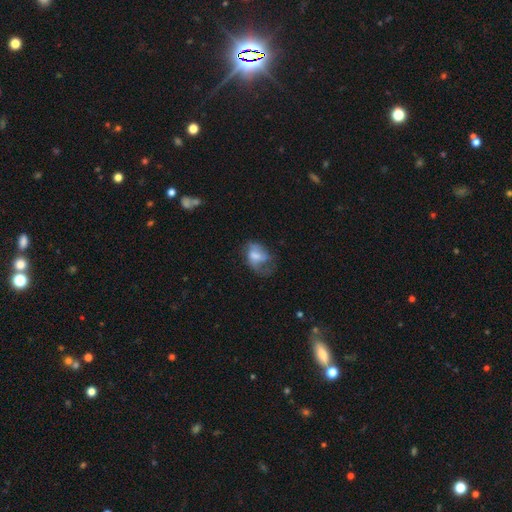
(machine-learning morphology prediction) Q: Smooth or featured?
A: smooth (50%); runner-up: featured or disk (42%)
Q: Merging?
A: major disturbance (39%); runner-up: none (31%)